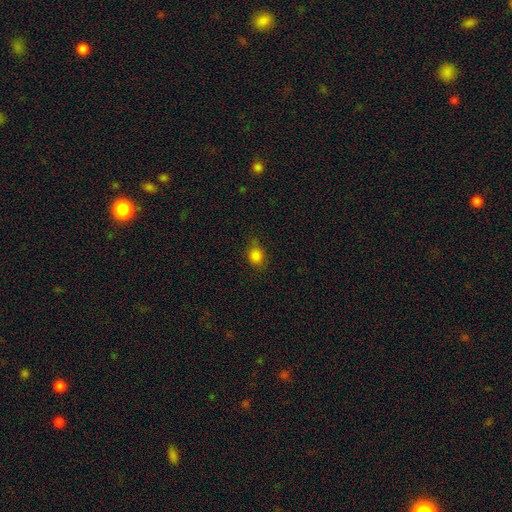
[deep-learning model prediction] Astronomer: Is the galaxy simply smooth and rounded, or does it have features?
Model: smooth — 82%.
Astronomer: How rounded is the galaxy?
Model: round — 61% (runner-up: in between, 38%).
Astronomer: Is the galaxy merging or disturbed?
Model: none — 70%.